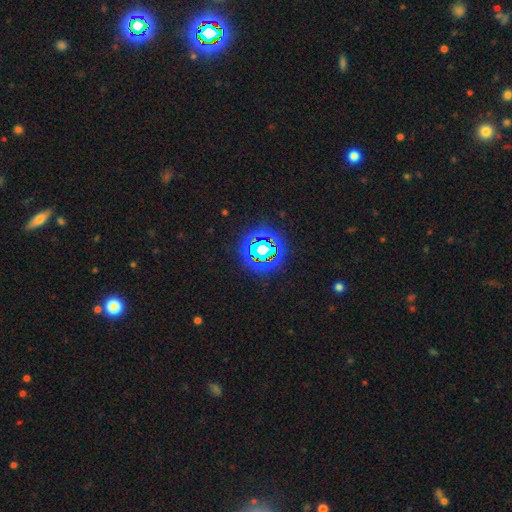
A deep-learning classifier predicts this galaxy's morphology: smooth-or-featured: star or artifact: 78% | smooth: 14% | featured or disk: 8%